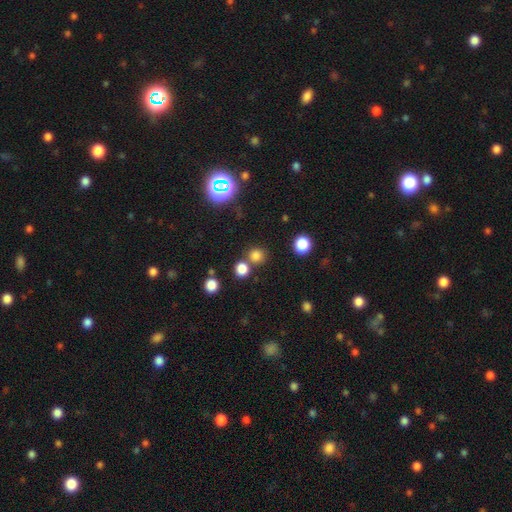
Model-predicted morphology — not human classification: A smooth galaxy with no disk features (75%) that is round (89%). Merging: none (71%).